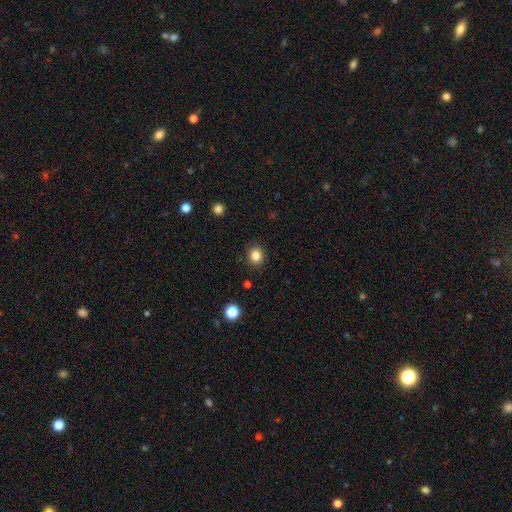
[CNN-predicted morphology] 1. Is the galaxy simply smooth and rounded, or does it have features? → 84% smooth, 11% star or artifact, 5% featured or disk.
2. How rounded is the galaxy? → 79% round, 20% in between, 1% cigar-shaped.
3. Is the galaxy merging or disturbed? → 90% none, 7% minor disturbance, 2% major disturbance, 1% merger.